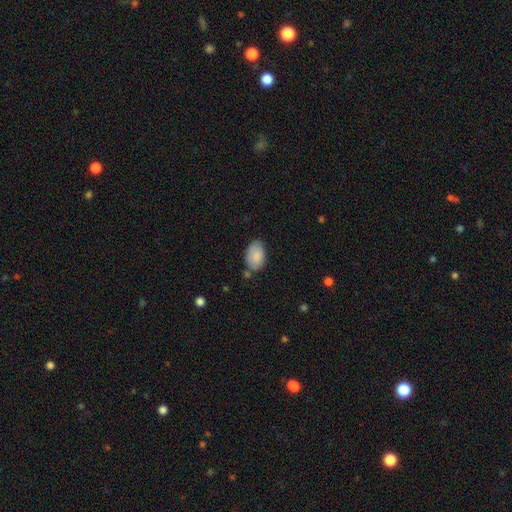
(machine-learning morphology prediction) This appears to be a smooth galaxy with no disk features (86%) that is in between round and cigar-shaped (91%). Merging: none (69%).